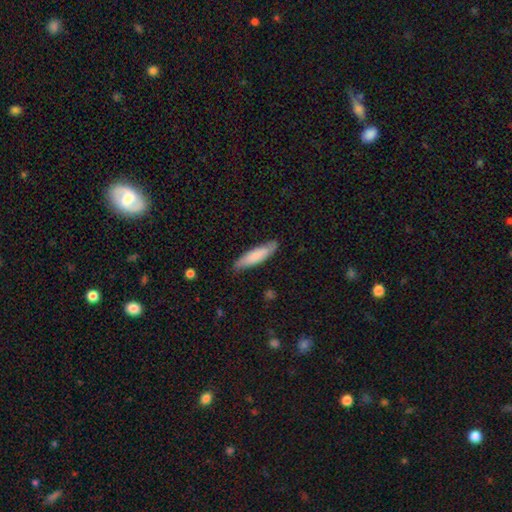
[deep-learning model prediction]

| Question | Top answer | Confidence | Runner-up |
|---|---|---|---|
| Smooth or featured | smooth | 78% | featured or disk (17%) |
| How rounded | cigar-shaped | 71% | in between (27%) |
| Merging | none | 82% | minor disturbance (14%) |